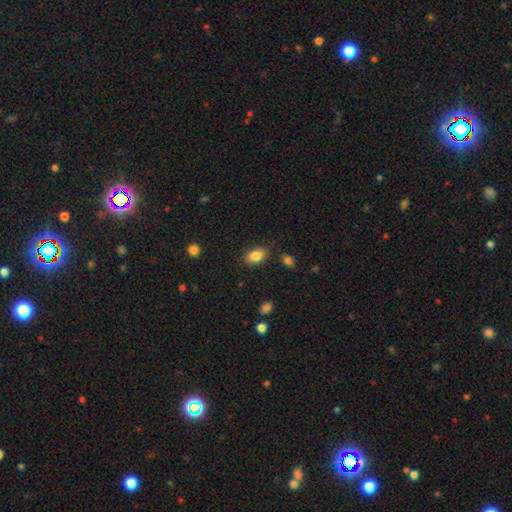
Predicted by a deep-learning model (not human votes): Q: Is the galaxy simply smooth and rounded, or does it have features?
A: smooth — 86%.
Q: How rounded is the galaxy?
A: in between — 89%.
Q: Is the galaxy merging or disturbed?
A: none — 84%.